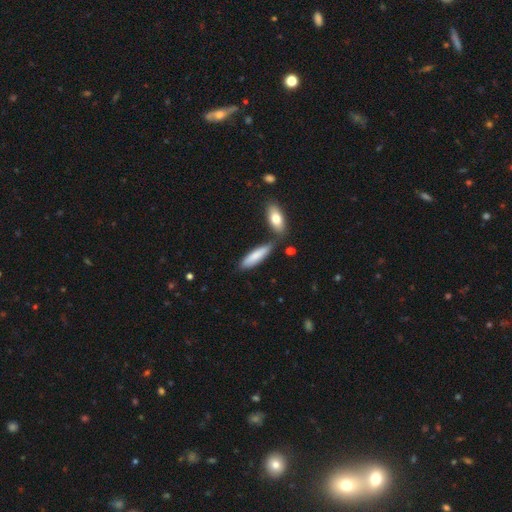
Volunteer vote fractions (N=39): smooth 79%, featured or disk 13%, star or artifact 8%. Down the decision tree: how rounded — cigar-shaped (68%); merging — none (50%).